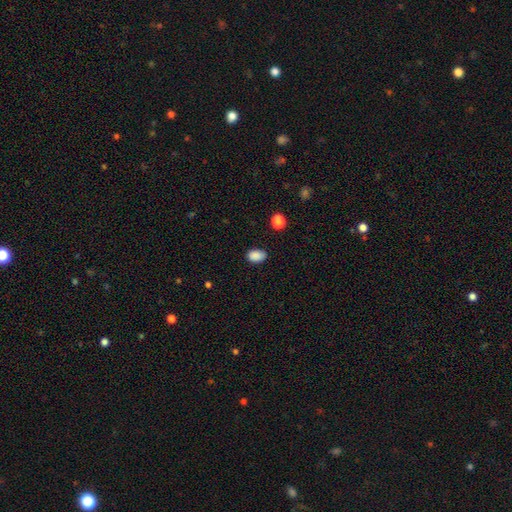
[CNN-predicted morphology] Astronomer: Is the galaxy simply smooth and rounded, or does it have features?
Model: smooth — 88%.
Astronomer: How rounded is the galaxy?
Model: in between — 84%.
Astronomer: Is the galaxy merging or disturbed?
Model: none — 80%.